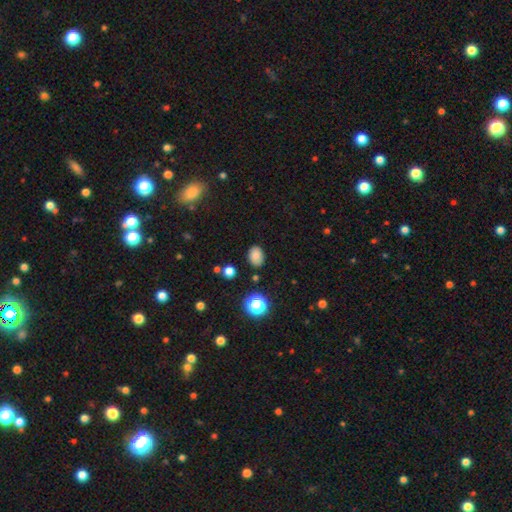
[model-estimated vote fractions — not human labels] smooth 82%, star or artifact 13%, featured or disk 5%. Down the decision tree: how rounded — in between (74%); merging — none (83%).